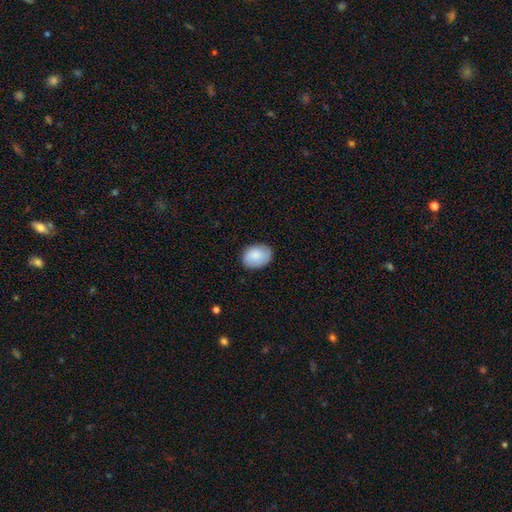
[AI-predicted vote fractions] Morphology: type=smooth (83%); roundness=in between (73%); merging=none (80%).